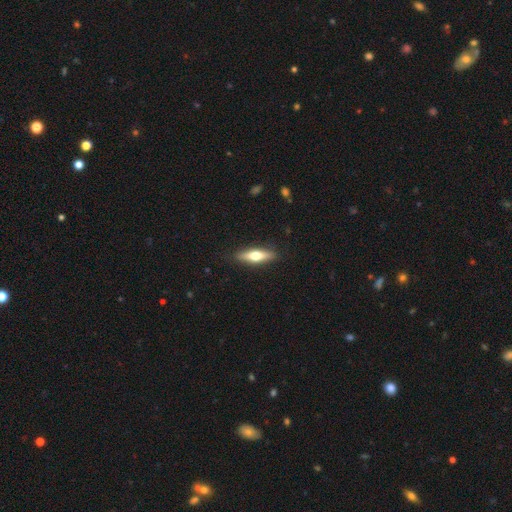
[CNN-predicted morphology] This is possibly a smooth galaxy (49%). Merging: clearly none (89%).